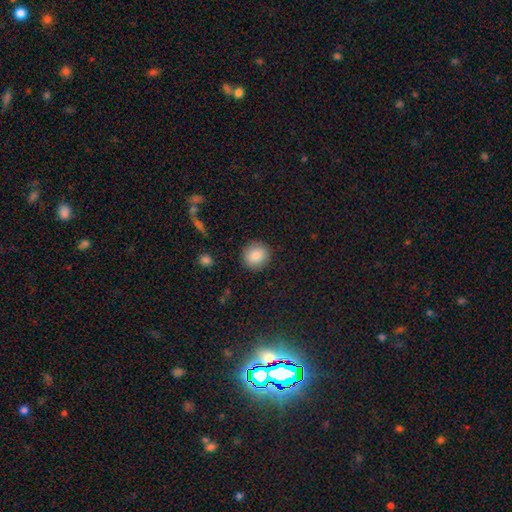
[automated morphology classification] A smooth galaxy with no disk features (85%) that is round (89%). Merging: none (89%).